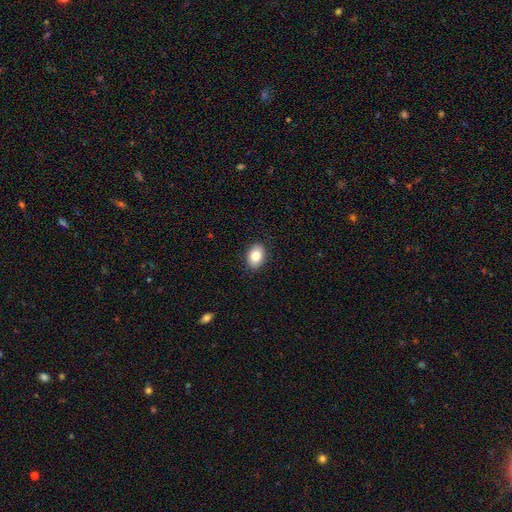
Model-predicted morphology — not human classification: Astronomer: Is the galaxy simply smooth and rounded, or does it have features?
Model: smooth — 82%.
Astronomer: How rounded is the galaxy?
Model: in between — 76%.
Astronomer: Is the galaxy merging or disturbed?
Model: none — 89%.